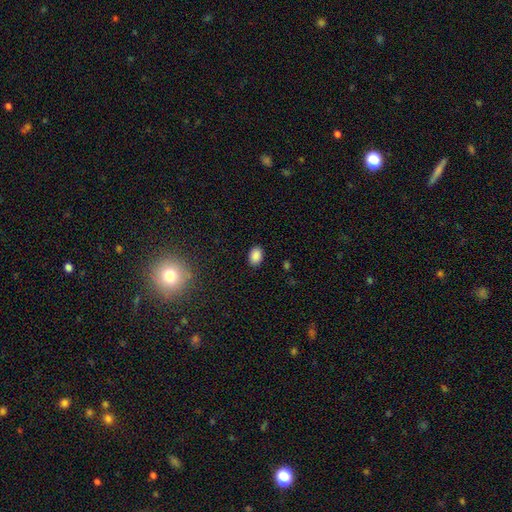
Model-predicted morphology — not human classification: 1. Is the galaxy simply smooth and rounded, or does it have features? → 87% smooth, 9% star or artifact, 3% featured or disk.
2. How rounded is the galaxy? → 81% in between, 18% round, 1% cigar-shaped.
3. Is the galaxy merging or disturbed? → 88% none, 8% minor disturbance, 2% major disturbance, 1% merger.